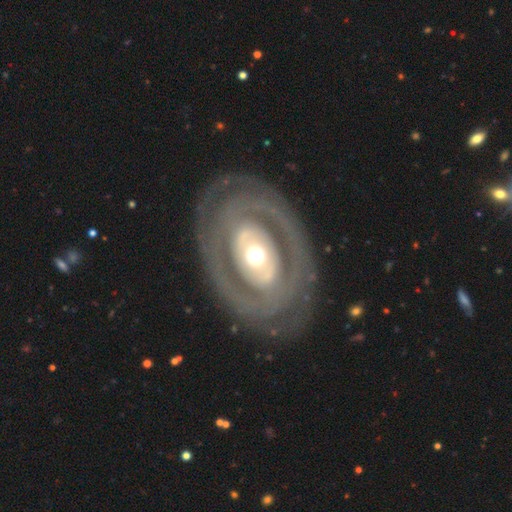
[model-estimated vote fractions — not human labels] Q: Smooth or featured?
A: featured or disk (79%); runner-up: smooth (16%)
Q: Edge-on disk?
A: no (95%); runner-up: yes (5%)
Q: Bar?
A: no (70%); runner-up: weak (17%)
Q: Spiral arms?
A: yes (55%); runner-up: no (45%)
Q: Bulge size?
A: moderate (63%); runner-up: large (21%)
Q: Merging?
A: none (78%); runner-up: minor disturbance (11%)